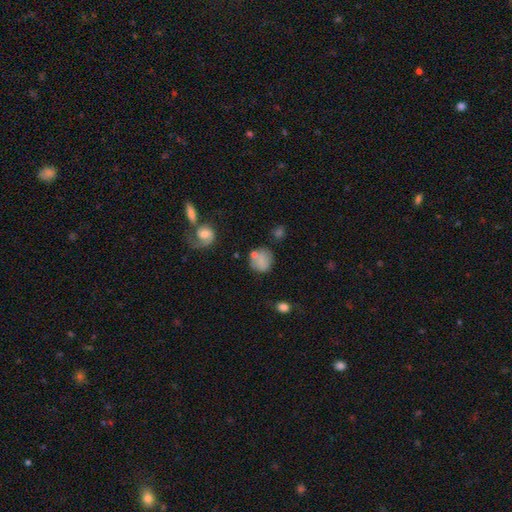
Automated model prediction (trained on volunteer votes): smooth-or-featured: smooth: 66% | featured or disk: 22% | star or artifact: 12%
  how-rounded: round: 77% | in between: 22% | cigar-shaped: 1%
  merging: none: 56% | minor disturbance: 19% | major disturbance: 13% | merger: 11%